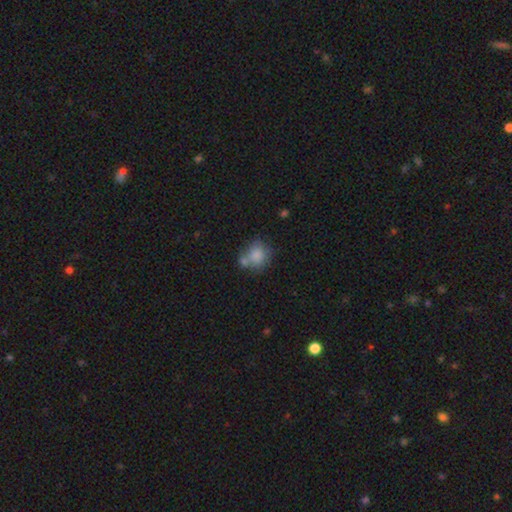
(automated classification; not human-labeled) Smooth or featured: smooth — 81% (featured or disk — 11%)
How rounded: round — 72% (in between — 27%)
Merging: none — 46% (merger — 31%)